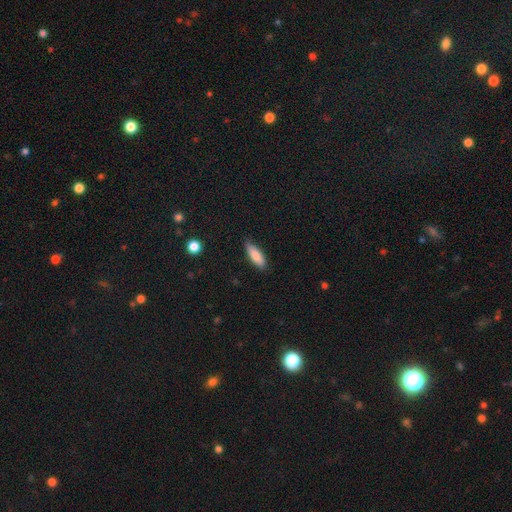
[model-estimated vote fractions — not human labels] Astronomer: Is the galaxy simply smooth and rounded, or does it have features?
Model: smooth — 84%.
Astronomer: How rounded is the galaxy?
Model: in between — 56% (runner-up: cigar-shaped, 43%).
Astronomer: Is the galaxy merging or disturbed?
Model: none — 82%.